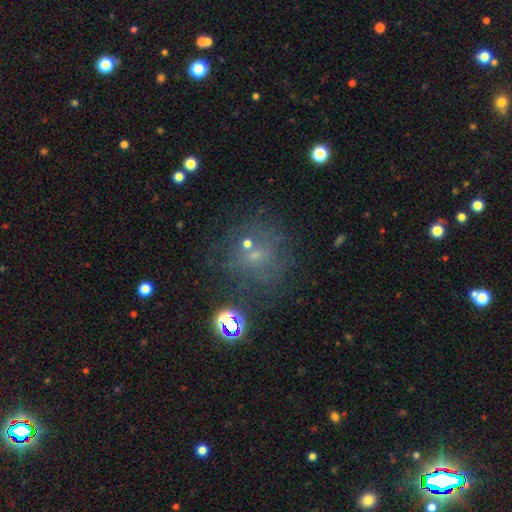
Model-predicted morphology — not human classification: Q: Smooth or featured?
A: smooth (39%); runner-up: star or artifact (36%)
Q: Merging?
A: none (65%); runner-up: minor disturbance (15%)